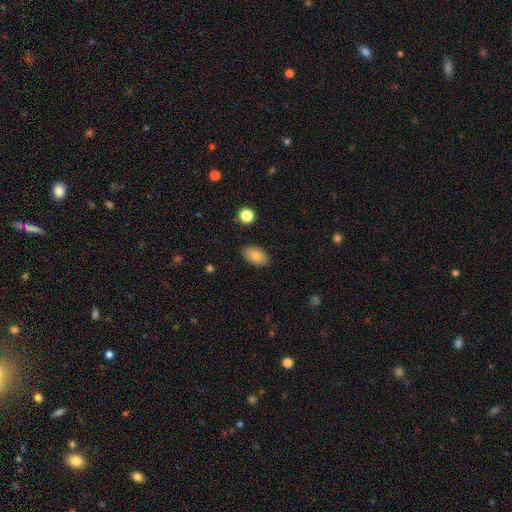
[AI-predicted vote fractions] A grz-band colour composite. It shows a smooth galaxy with no disk features (83%) that is in between round and cigar-shaped (92%). Merging: none (86%).